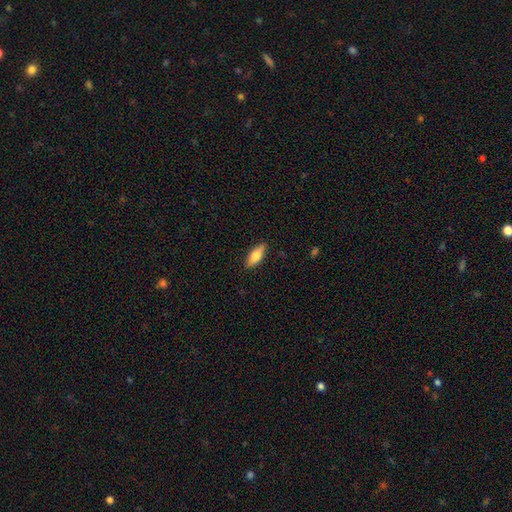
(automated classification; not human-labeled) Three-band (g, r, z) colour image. It shows a smooth galaxy with no disk features (69%) that is in between round and cigar-shaped (67%). Merging: none (87%).